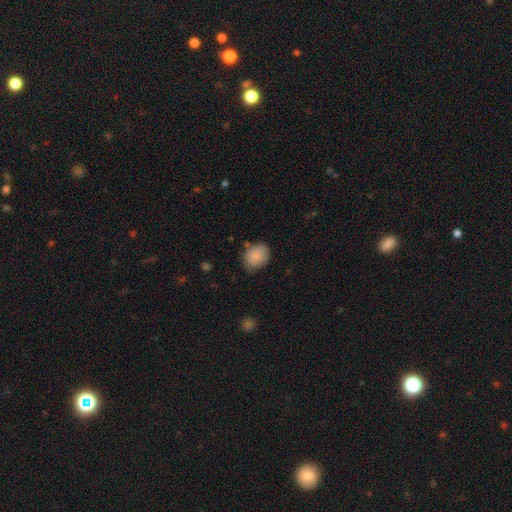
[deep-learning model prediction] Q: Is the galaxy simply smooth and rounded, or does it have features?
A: smooth — 85%.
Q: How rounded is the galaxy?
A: in between — 51%.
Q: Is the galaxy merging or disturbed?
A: none — 71%.